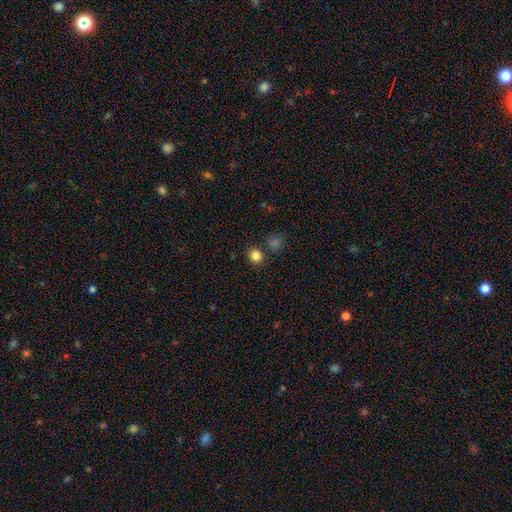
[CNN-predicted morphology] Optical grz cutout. It shows a smooth galaxy with no disk features (84%) that is round (76%). Merging: none (82%).